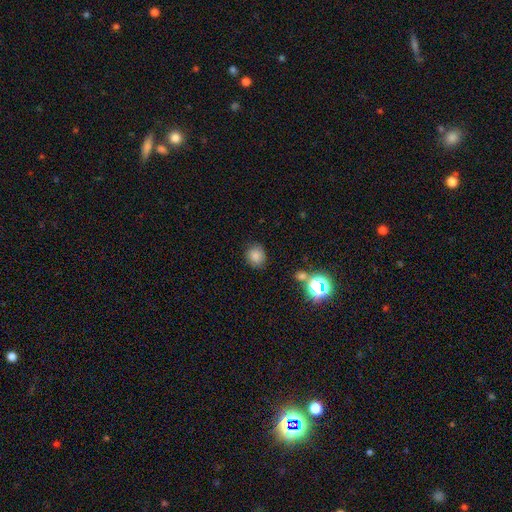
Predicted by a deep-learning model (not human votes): Smooth or featured?
  - smooth: 80% *
  - star or artifact: 14%
  - featured or disk: 6%
How rounded?
  - round: 78% *
  - in between: 21%
  - cigar-shaped: 1%
Merging?
  - none: 83% *
  - minor disturbance: 11%
  - major disturbance: 3%
  - merger: 3%